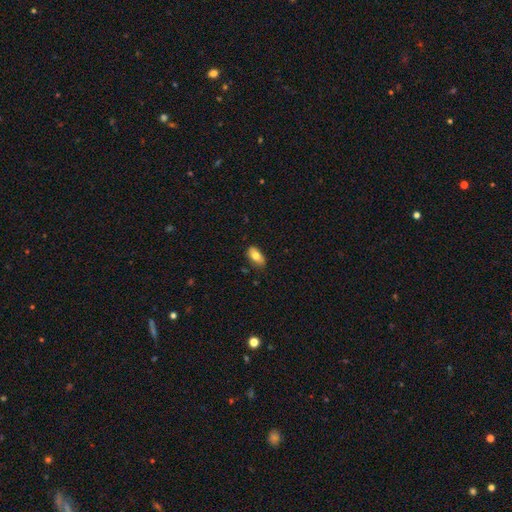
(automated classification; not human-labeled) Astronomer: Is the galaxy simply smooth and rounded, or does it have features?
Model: smooth — 75%.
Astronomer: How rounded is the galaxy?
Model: in between — 91%.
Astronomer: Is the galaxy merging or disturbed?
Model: none — 82%.